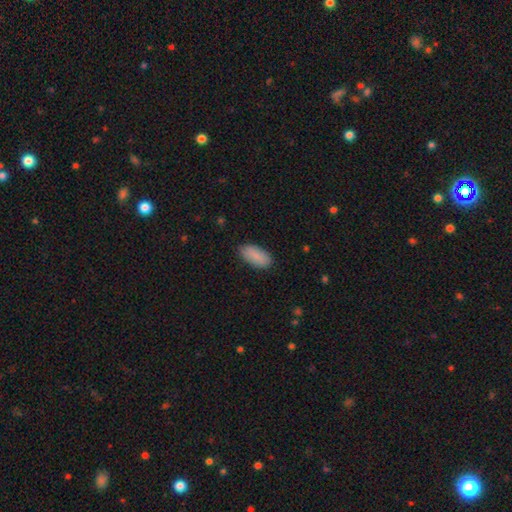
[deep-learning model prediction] smooth_or_featured: smooth (p=0.86) [alt: featured or disk p=0.08]
how_rounded: in between (p=0.91) [alt: cigar-shaped p=0.07]
merging: none (p=0.83) [alt: minor disturbance p=0.13]